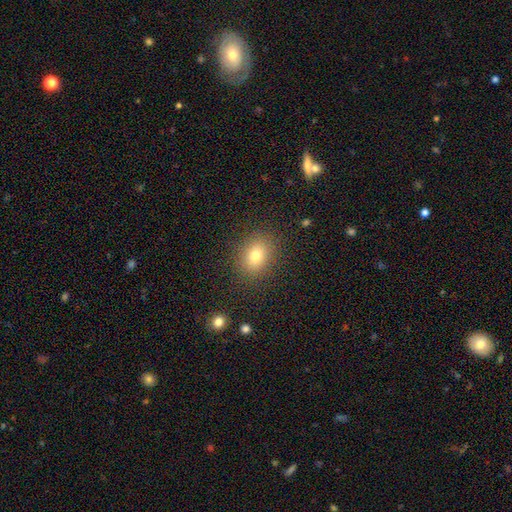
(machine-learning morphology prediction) smooth 77%, star or artifact 12%, featured or disk 11%. Down the decision tree: how rounded — in between (62%); merging — none (86%).